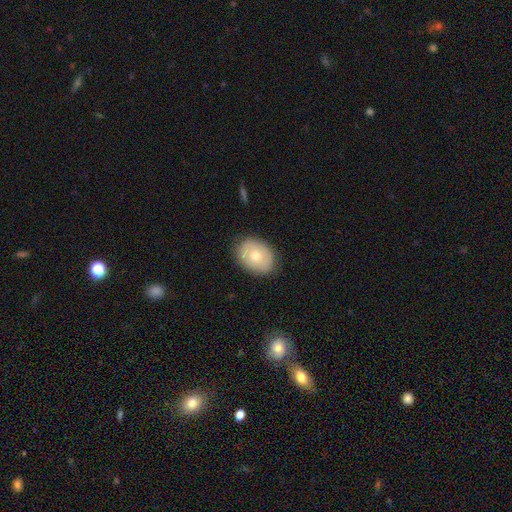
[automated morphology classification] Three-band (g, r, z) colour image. It shows a smooth galaxy with no disk features (62%) that is in between round and cigar-shaped (64%). Merging: none (86%).